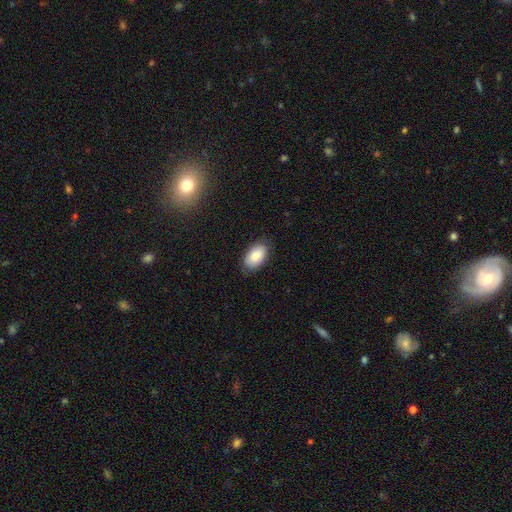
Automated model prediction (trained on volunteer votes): A smooth galaxy with no disk features (83%) that is in between round and cigar-shaped (94%).

Vote fractions:
- Smooth or featured? smooth: 83% / featured or disk: 10% / star or artifact: 7%
- How rounded? in between: 94% / round: 5% / cigar-shaped: 1%
- Merging? none: 81% / minor disturbance: 15% / major disturbance: 3% / merger: 1%